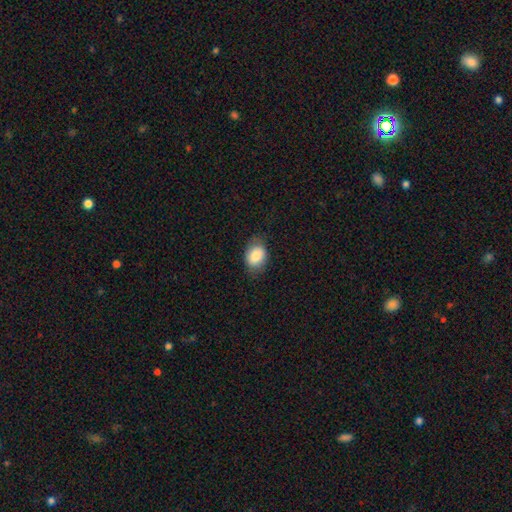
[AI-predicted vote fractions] This is clearly a smooth galaxy (82%). How rounded: likely in between (69%). Merging: likely none (75%).